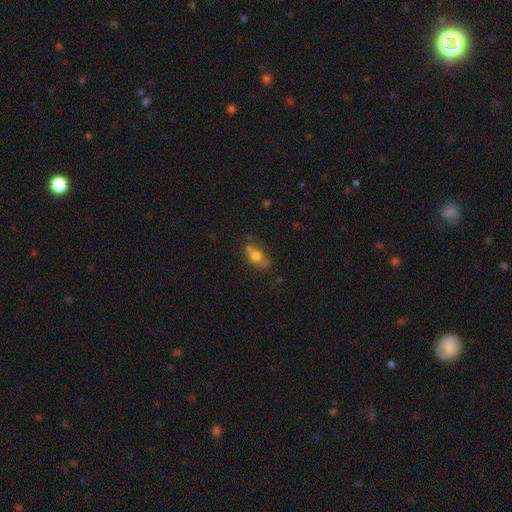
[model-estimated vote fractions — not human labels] Q: Smooth or featured?
A: smooth (70%); runner-up: featured or disk (18%)
Q: How rounded?
A: round (55%); runner-up: in between (43%)
Q: Merging?
A: none (47%); runner-up: merger (30%)